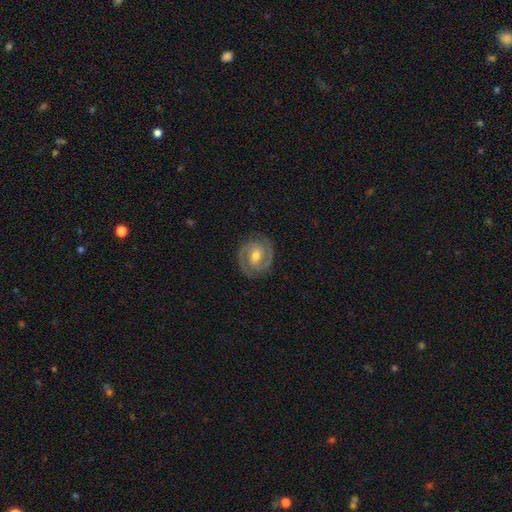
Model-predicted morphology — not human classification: Q: Smooth or featured?
A: featured or disk (90%); runner-up: smooth (5%)
Q: Edge-on disk?
A: no (98%); runner-up: yes (2%)
Q: Bar?
A: weak (45%); runner-up: no (34%)
Q: Spiral arms?
A: yes (98%); runner-up: no (2%)
Q: Spiral winding?
A: tight (62%); runner-up: medium (34%)
Q: Spiral arm count?
A: 2 (92%); runner-up: 3 (2%)
Q: Bulge size?
A: moderate (72%); runner-up: small (23%)
Q: Merging?
A: none (86%); runner-up: minor disturbance (10%)